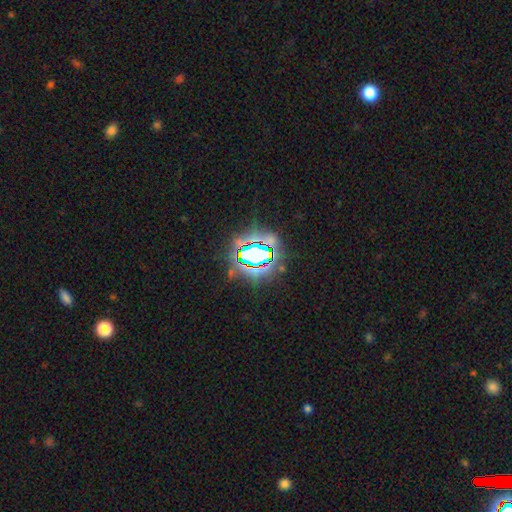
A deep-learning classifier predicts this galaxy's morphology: This is likely a star or artifact rather than a galaxy (71%).